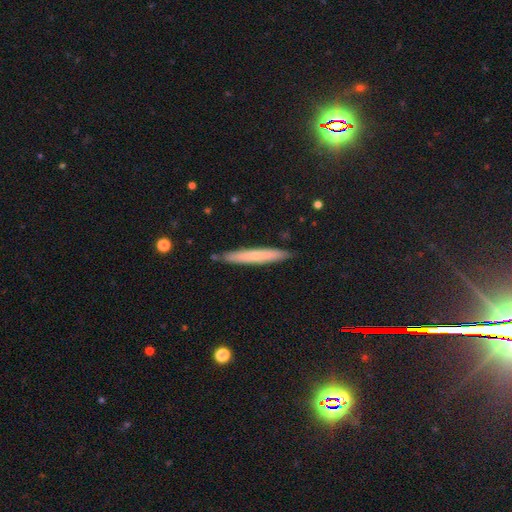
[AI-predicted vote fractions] The model was most divided on "smooth or featured": smooth: 58%, featured or disk: 35%, star or artifact: 8%. More confident: how rounded — cigar-shaped (95%); merging — none (88%).